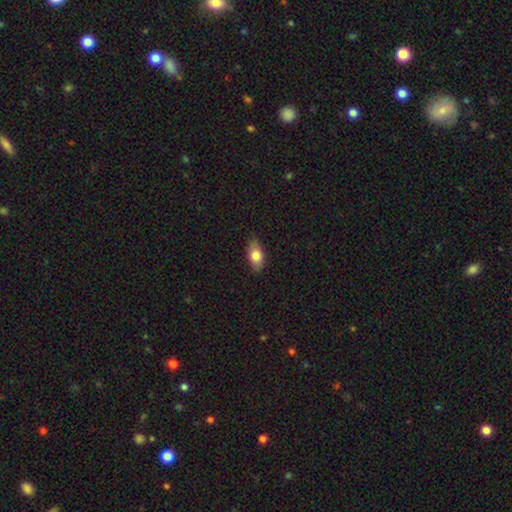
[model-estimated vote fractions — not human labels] Smooth or featured?
  - smooth: 78% *
  - featured or disk: 15%
  - star or artifact: 7%
How rounded?
  - in between: 86% *
  - round: 8%
  - cigar-shaped: 6%
Merging?
  - none: 80% *
  - minor disturbance: 16%
  - major disturbance: 3%
  - merger: 1%